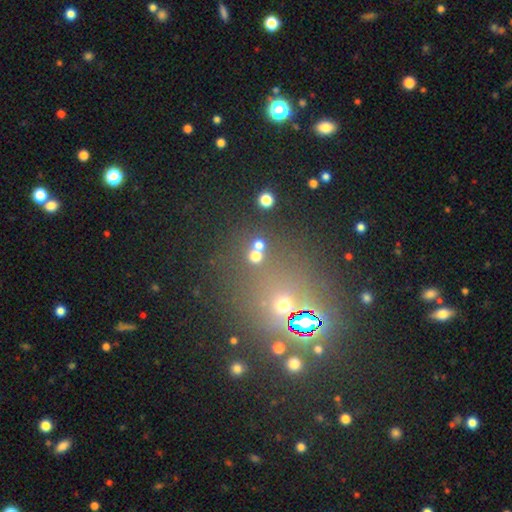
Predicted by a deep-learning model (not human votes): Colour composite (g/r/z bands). It shows a smooth galaxy with no disk features (65%) that is round (87%). Merging: none (65%).